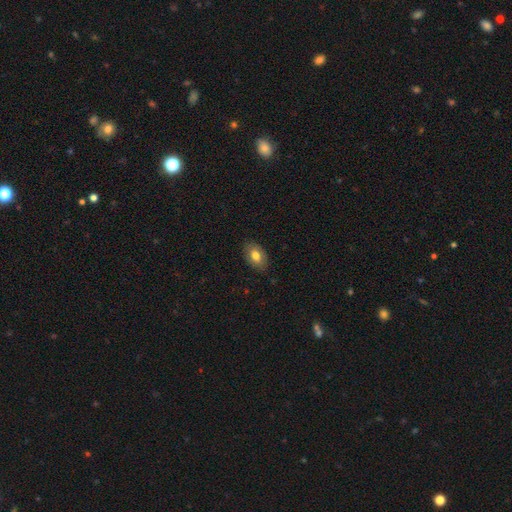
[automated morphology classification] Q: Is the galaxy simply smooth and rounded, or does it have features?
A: smooth — 75%.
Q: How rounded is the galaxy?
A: in between — 88%.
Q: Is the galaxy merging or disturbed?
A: none — 85%.